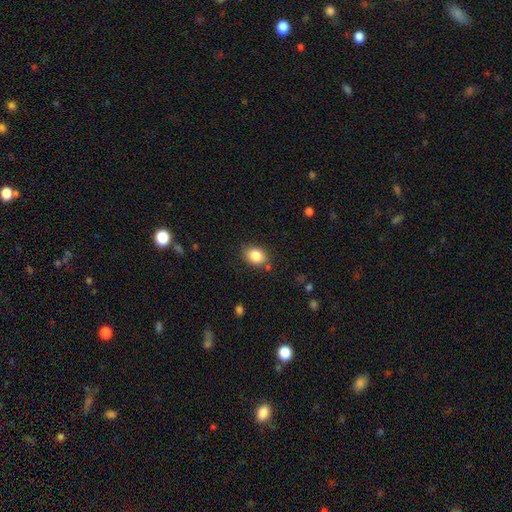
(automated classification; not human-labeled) smooth-or-featured: smooth: 85% | star or artifact: 9% | featured or disk: 6%
  how-rounded: in between: 63% | round: 36% | cigar-shaped: 1%
  merging: none: 79% | minor disturbance: 14% | merger: 3% | major disturbance: 3%